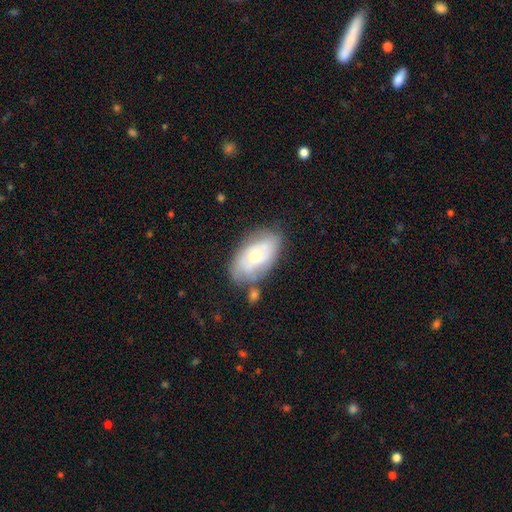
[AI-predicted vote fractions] Smooth or featured? Predicted: featured or disk (p=0.56). Edge-on disk? Predicted: no (p=0.92). Bar? Predicted: no (p=0.73). Spiral arms? Predicted: yes (p=0.58). Bulge size? Predicted: moderate (p=0.69). Merging? Predicted: none (p=0.65).